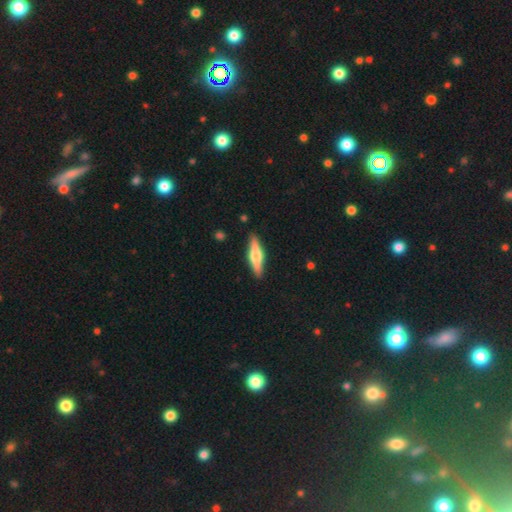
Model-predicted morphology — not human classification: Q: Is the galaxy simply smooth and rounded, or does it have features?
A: featured or disk — 59%.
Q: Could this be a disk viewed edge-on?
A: yes — 96%.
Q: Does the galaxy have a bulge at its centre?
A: rounded — 89%.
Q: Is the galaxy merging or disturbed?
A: none — 89%.